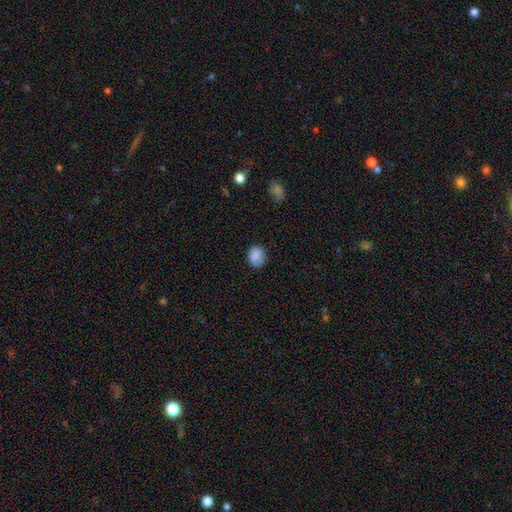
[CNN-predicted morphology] Smooth or featured?
  - smooth: 85% *
  - star or artifact: 9%
  - featured or disk: 6%
How rounded?
  - round: 53% *
  - in between: 46%
  - cigar-shaped: 1%
Merging?
  - none: 74% *
  - minor disturbance: 20%
  - major disturbance: 5%
  - merger: 1%